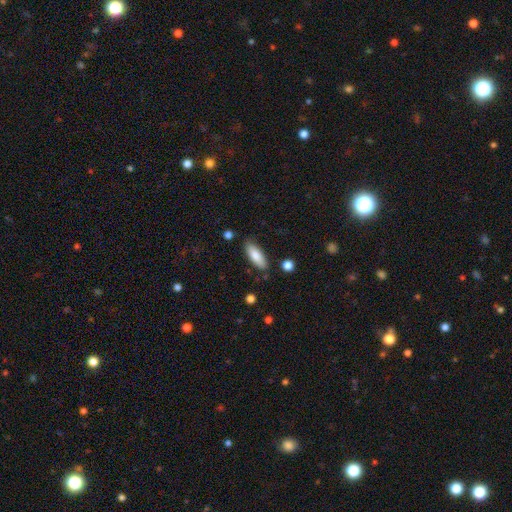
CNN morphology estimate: Q: Smooth or featured?
A: smooth (82%); runner-up: featured or disk (12%)
Q: How rounded?
A: in between (65%); runner-up: cigar-shaped (33%)
Q: Merging?
A: none (84%); runner-up: minor disturbance (12%)